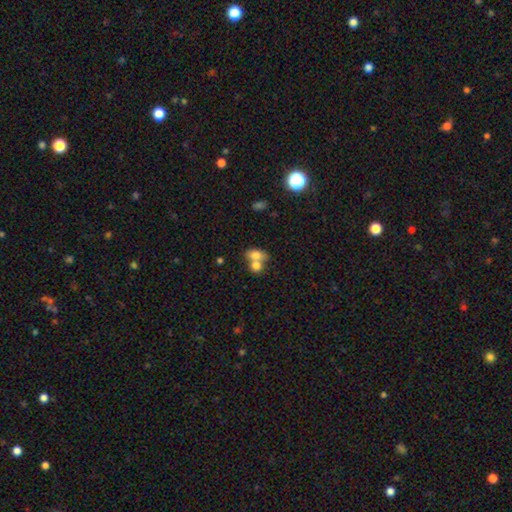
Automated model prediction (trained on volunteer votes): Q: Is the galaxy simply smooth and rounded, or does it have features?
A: smooth — 74%.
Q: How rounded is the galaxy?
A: in between — 63%.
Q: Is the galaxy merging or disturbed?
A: merger — 66%.